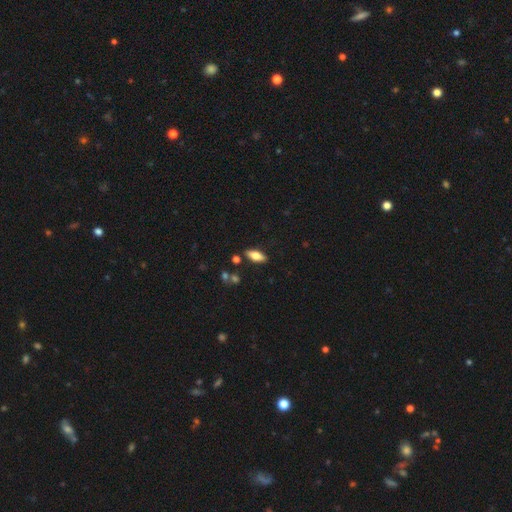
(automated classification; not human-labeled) A smooth galaxy with no disk features (65%) that is in between round and cigar-shaped (76%). Merging: none (85%).